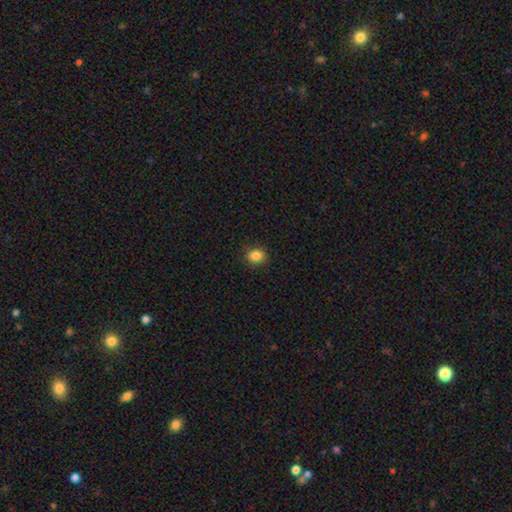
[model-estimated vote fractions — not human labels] Smooth or featured: smooth — 85% (star or artifact — 11%)
How rounded: round — 68% (in between — 31%)
Merging: none — 88% (minor disturbance — 9%)